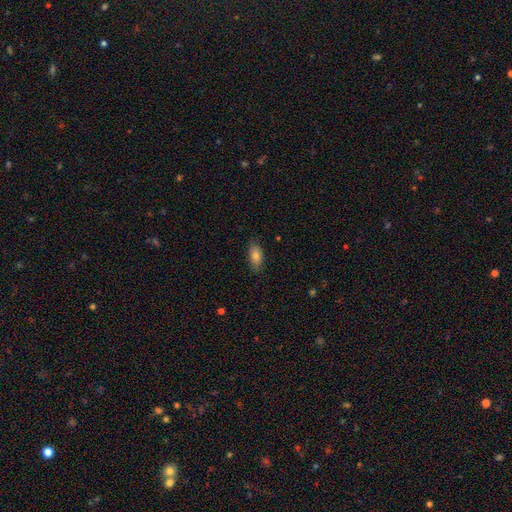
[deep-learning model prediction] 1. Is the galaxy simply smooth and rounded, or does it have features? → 81% smooth, 11% featured or disk, 8% star or artifact.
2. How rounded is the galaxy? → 90% in between, 6% cigar-shaped, 4% round.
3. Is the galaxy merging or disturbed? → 84% none, 12% minor disturbance, 2% major disturbance, 1% merger.